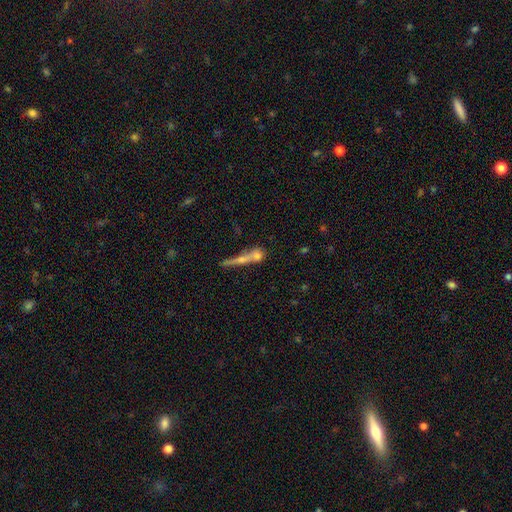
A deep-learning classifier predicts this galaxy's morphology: smooth_or_featured: smooth (p=0.47) [alt: featured or disk p=0.40]
merging: merger (p=0.42) [alt: none p=0.39]